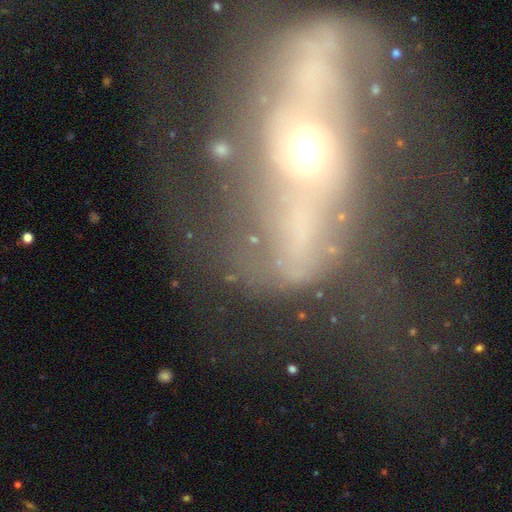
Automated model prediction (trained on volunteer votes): Smooth or featured? featured or disk (73%)
Edge-on disk? no (90%)
Bar? no (59%)
Spiral arms? yes (57%)
Bulge size? moderate (52%)
Merging? major disturbance (39%)